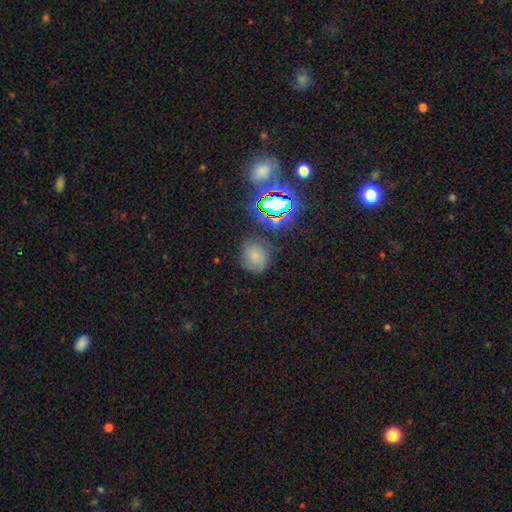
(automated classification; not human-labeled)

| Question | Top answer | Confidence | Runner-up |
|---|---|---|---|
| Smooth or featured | smooth | 61% | star or artifact (25%) |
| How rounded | round | 74% | in between (25%) |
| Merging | none | 77% | minor disturbance (15%) |